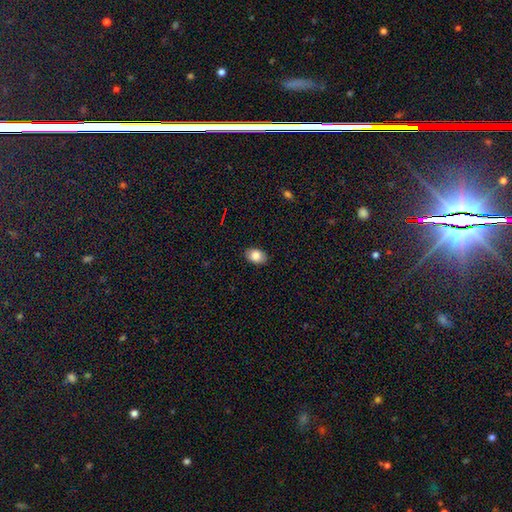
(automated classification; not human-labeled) A smooth galaxy with no disk features (84%) that is in between round and cigar-shaped (82%).

Vote fractions:
- Smooth or featured? smooth: 84% / star or artifact: 8% / featured or disk: 8%
- How rounded? in between: 82% / round: 17% / cigar-shaped: 1%
- Merging? none: 88% / minor disturbance: 9% / major disturbance: 2% / merger: 1%